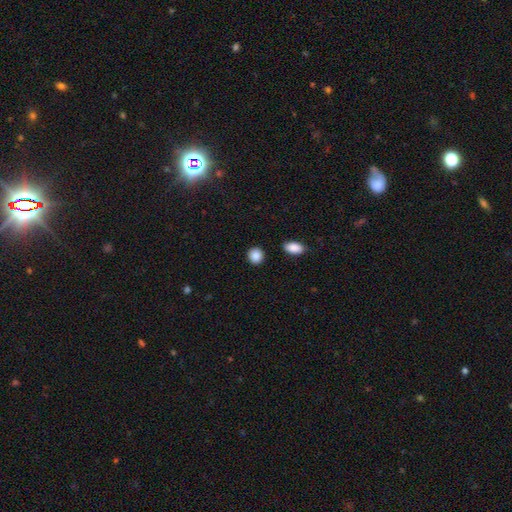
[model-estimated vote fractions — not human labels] Q: Smooth or featured?
A: smooth (88%); runner-up: star or artifact (8%)
Q: How rounded?
A: round (86%); runner-up: in between (13%)
Q: Merging?
A: none (89%); runner-up: minor disturbance (7%)